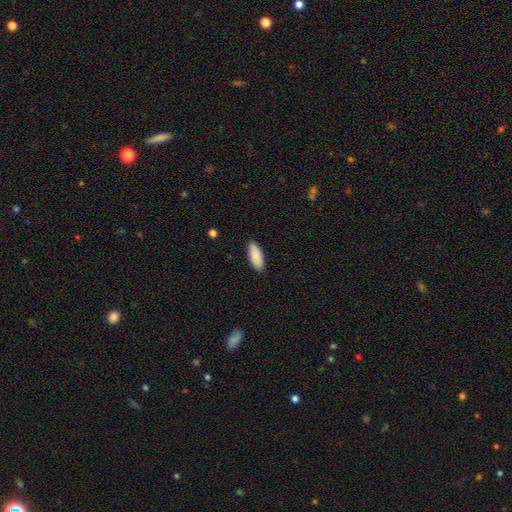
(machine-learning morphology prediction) type=smooth (90%); roundness=in between (78%); merging=none (89%).